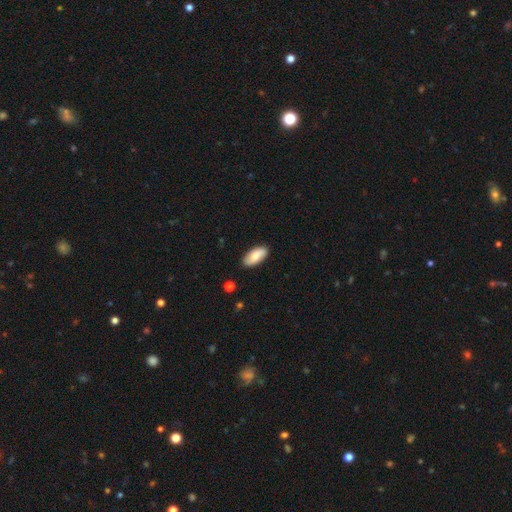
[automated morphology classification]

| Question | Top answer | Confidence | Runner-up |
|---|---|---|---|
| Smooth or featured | smooth | 75% | featured or disk (19%) |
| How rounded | in between | 90% | cigar-shaped (8%) |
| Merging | none | 87% | minor disturbance (10%) |